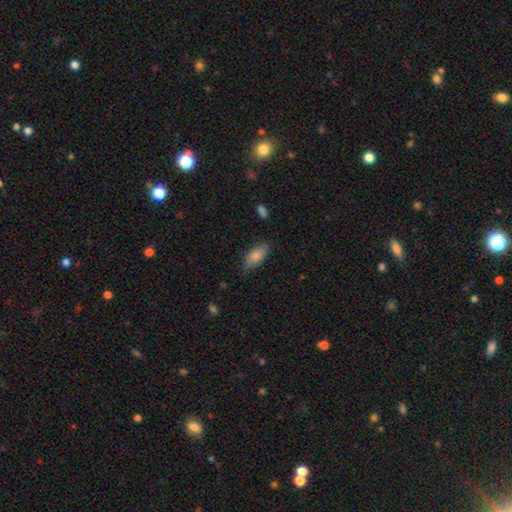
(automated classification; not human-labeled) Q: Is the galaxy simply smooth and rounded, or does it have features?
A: smooth — 83%.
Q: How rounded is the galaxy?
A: in between — 85%.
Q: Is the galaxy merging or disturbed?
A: none — 68%.